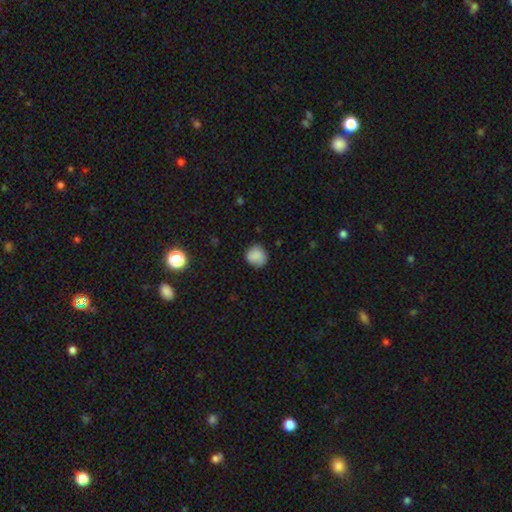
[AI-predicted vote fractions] smooth-or-featured: smooth: 83% | star or artifact: 9% | featured or disk: 8%
  how-rounded: round: 87% | in between: 12% | cigar-shaped: 1%
  merging: none: 79% | minor disturbance: 16% | major disturbance: 4% | merger: 1%